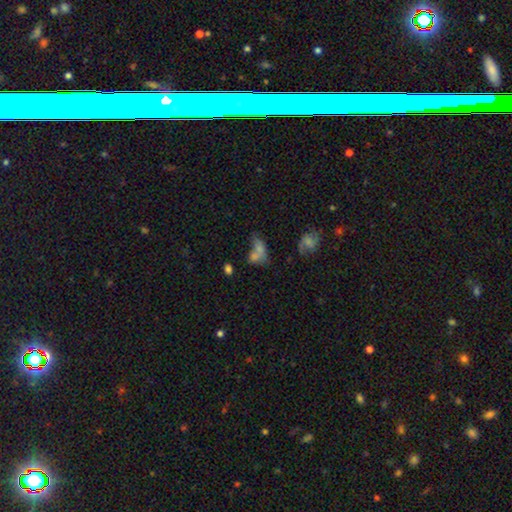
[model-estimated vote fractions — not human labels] Overall: smooth (59%; featured or disk 22%). How rounded: in between (75%). Merging: merger (48%; none 26%).